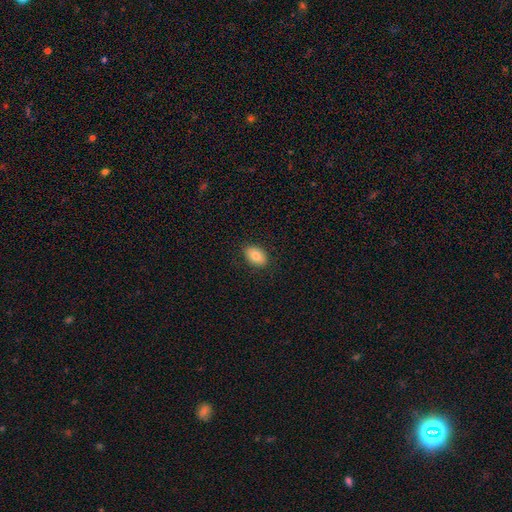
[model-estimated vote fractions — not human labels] The model was most divided on "smooth or featured": smooth: 83%, featured or disk: 10%, star or artifact: 8%. More confident: merging — none (88%); how rounded — in between (87%).